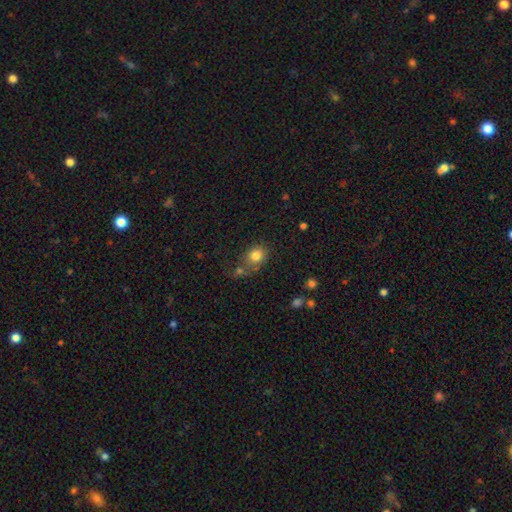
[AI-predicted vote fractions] The model was most divided on "how rounded": round: 59%, in between: 40%, cigar-shaped: 1%. More confident: smooth or featured — smooth (80%); merging — none (51%).